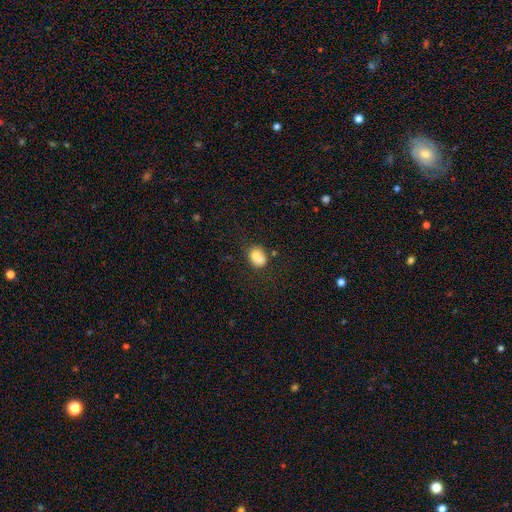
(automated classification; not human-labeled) A smooth galaxy with no disk features (71%) that is round (55%).

Vote fractions:
- Smooth or featured? smooth: 71% / featured or disk: 19% / star or artifact: 10%
- How rounded? round: 55% / in between: 44% / cigar-shaped: 1%
- Merging? merger: 51% / none: 35% / minor disturbance: 11% / major disturbance: 4%